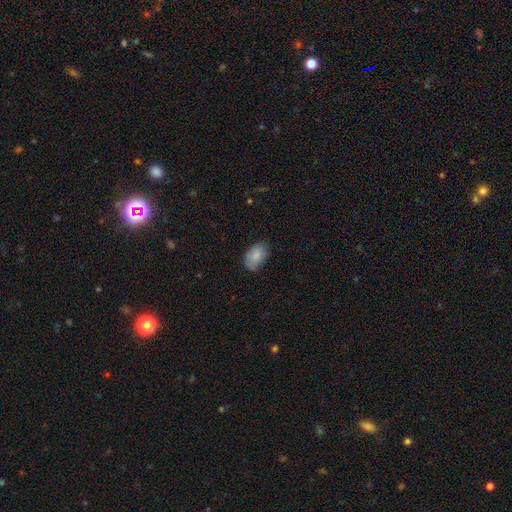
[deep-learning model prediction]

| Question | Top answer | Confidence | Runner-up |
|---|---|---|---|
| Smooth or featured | smooth | 82% | featured or disk (11%) |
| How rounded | in between | 91% | round (8%) |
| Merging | none | 72% | minor disturbance (23%) |